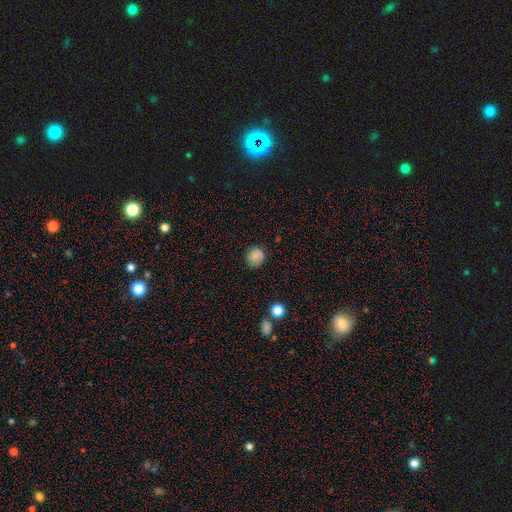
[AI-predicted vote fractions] This appears to be a smooth galaxy with no disk features (82%) that is round (83%). Merging: none (78%).